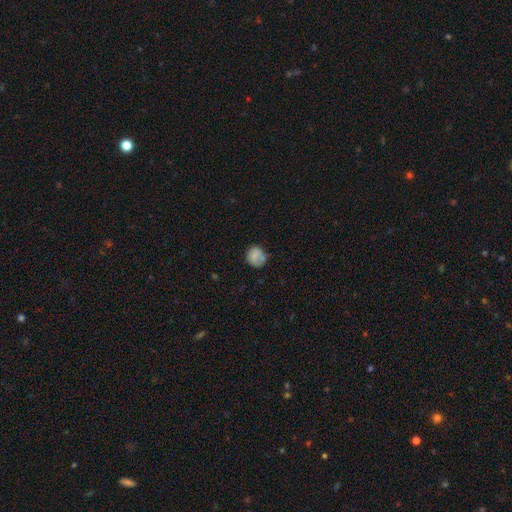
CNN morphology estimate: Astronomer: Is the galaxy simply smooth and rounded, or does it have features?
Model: smooth — 82%.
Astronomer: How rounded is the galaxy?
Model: round — 81%.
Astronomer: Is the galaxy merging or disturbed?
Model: none — 67%.